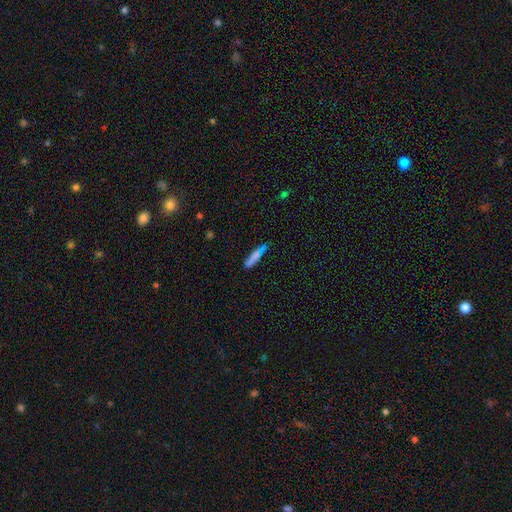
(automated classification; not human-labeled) Smooth or featured? smooth (76%)
How rounded? cigar-shaped (85%)
Merging? none (66%)